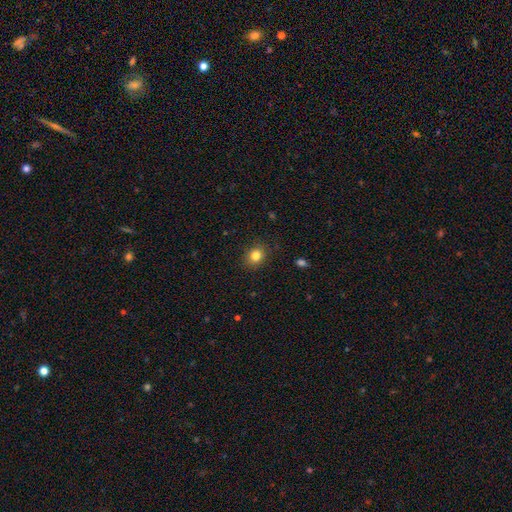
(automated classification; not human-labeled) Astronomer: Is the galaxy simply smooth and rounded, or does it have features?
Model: smooth — 82%.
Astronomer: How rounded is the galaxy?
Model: round — 64%.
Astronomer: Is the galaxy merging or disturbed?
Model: none — 88%.